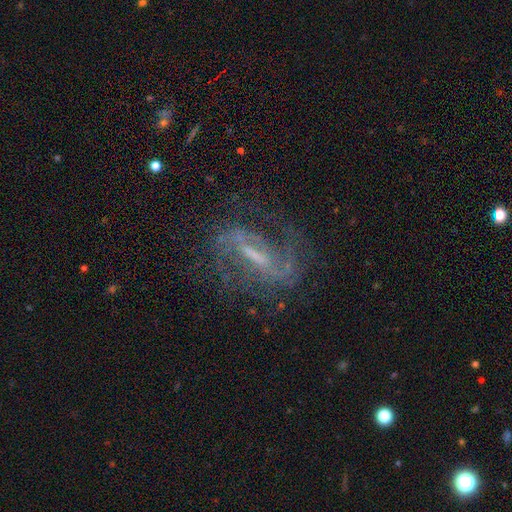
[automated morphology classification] Smooth or featured?
  - featured or disk: 83% *
  - star or artifact: 9%
  - smooth: 8%
Edge-on disk?
  - no: 89% *
  - yes: 11%
Bar?
  - strong: 60% *
  - weak: 31%
  - no: 9%
Spiral arms?
  - yes: 91% *
  - no: 9%
Spiral winding?
  - medium: 49% *
  - tight: 26%
  - loose: 25%
Spiral arm count?
  - 2: 70% *
  - can't tell: 16%
  - 3: 5%
  - 1: 5%
  - 4: 2%
  - more than 4: 2%
Bulge size?
  - small: 36% *
  - none: 30%
  - moderate: 28%
  - large: 5%
  - dominant: 1%
Merging?
  - none: 66% *
  - minor disturbance: 17%
  - major disturbance: 15%
  - merger: 2%